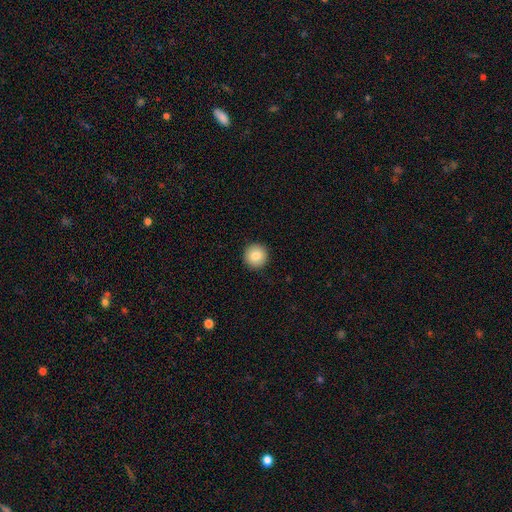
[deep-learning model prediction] smooth_or_featured: smooth (p=0.85) [alt: star or artifact p=0.08]
how_rounded: round (p=0.95) [alt: in between p=0.04]
merging: none (p=0.93) [alt: minor disturbance p=0.05]